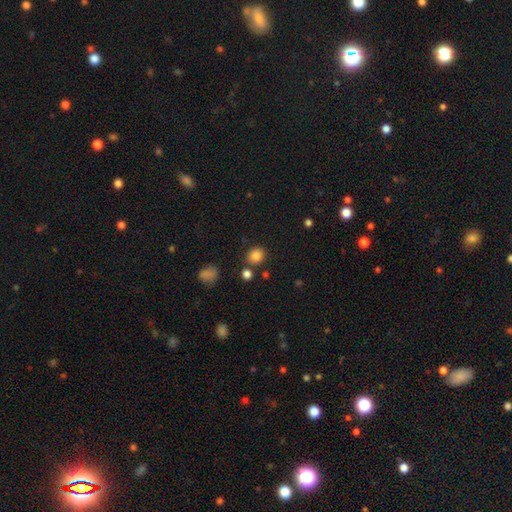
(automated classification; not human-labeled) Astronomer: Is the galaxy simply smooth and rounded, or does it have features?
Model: smooth — 84%.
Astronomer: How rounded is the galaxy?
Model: round — 73%.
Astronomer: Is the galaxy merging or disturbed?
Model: none — 79%.